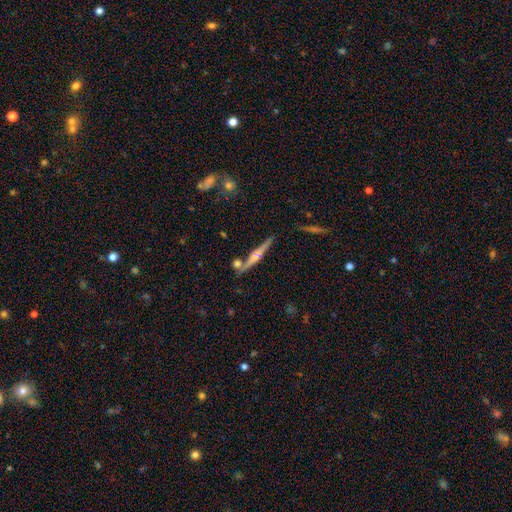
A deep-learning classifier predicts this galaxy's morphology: featured or disk 68%, smooth 25%, star or artifact 7%. Down the decision tree: edge-on disk — yes (97%); edge-on bulge — rounded (78%); merging — none (79%).